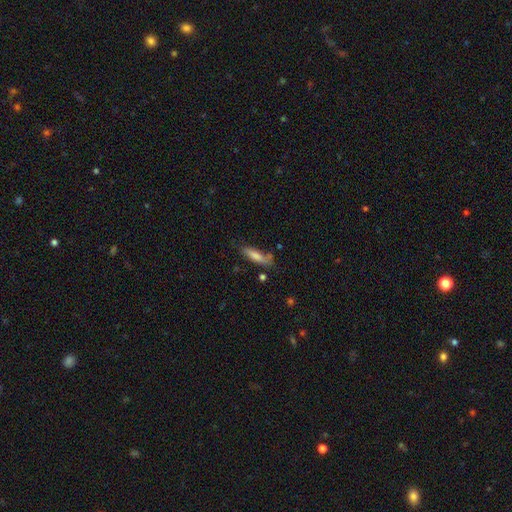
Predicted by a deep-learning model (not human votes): Overall: smooth (67%). How rounded: cigar-shaped (72%). Merging: none (67%).